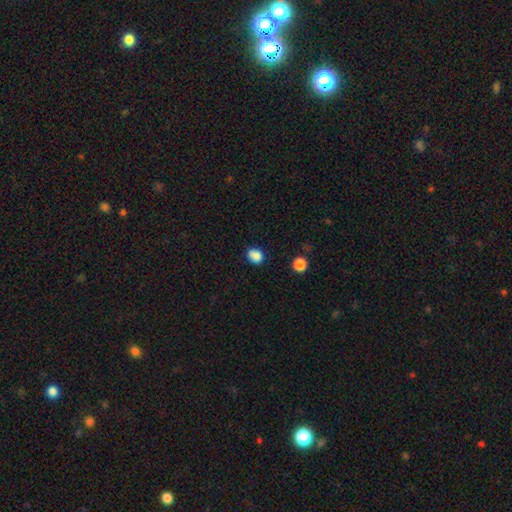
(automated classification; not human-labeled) Smooth or featured? Predicted: smooth (p=0.83). How rounded? Predicted: round (p=0.54). Merging? Predicted: none (p=0.64).